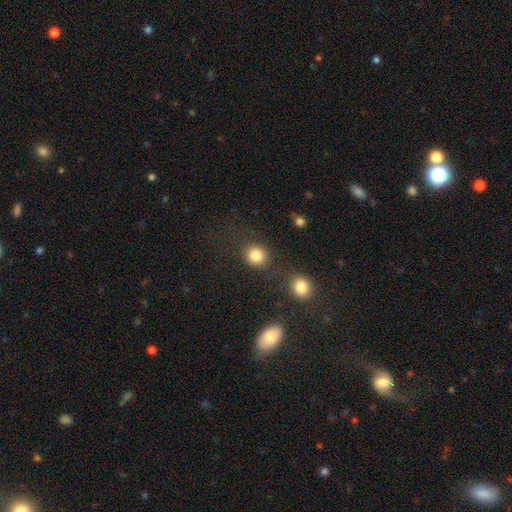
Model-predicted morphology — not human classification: Q: Smooth or featured?
A: smooth (85%); runner-up: star or artifact (10%)
Q: How rounded?
A: round (87%); runner-up: in between (12%)
Q: Merging?
A: none (78%); runner-up: minor disturbance (9%)